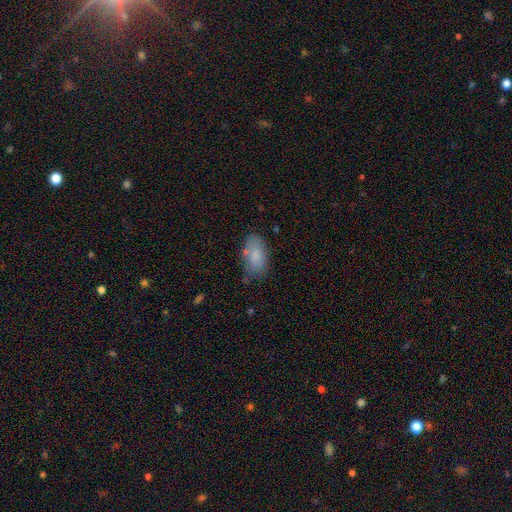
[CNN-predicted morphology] Smooth or featured: smooth — 80% (featured or disk — 12%)
How rounded: in between — 93% (round — 5%)
Merging: none — 65% (minor disturbance — 22%)